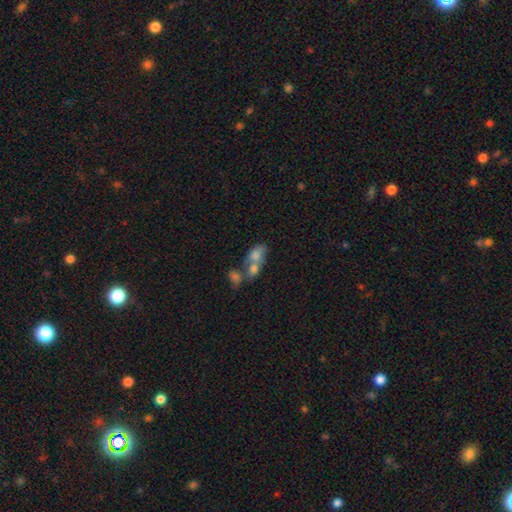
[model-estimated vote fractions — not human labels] Morphology: type=smooth (69%); roundness=in between (78%); merging=merger (66%).